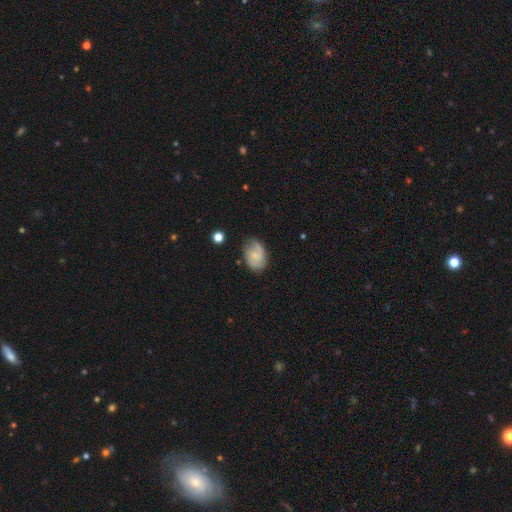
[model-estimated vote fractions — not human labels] Smooth or featured?
  - smooth: 54% *
  - featured or disk: 38%
  - star or artifact: 8%
How rounded?
  - in between: 80% *
  - round: 19%
  - cigar-shaped: 1%
Merging?
  - none: 66% *
  - minor disturbance: 25%
  - major disturbance: 7%
  - merger: 2%